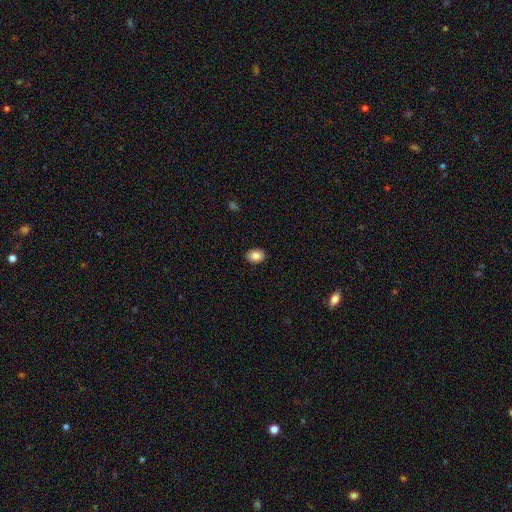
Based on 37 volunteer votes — smooth_or_featured: smooth (p=0.84) [alt: featured or disk p=0.14]
how_rounded: in between (p=0.71) [alt: round p=0.29]
merging: none (p=0.92) [alt: minor disturbance p=0.08]